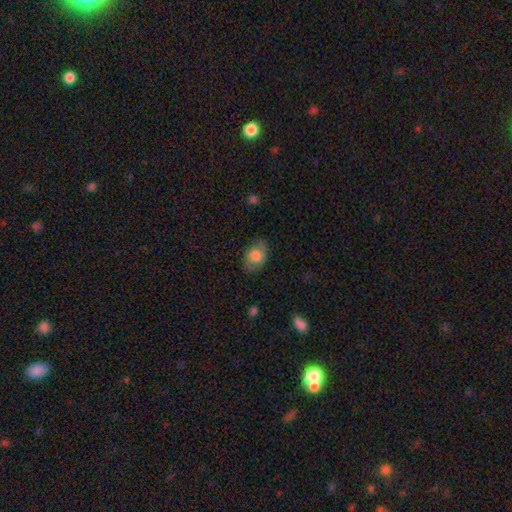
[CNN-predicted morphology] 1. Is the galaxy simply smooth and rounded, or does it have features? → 72% smooth, 21% featured or disk, 7% star or artifact.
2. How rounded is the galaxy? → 79% in between, 20% round, 1% cigar-shaped.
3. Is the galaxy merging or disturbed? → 76% none, 17% minor disturbance, 6% major disturbance, 1% merger.